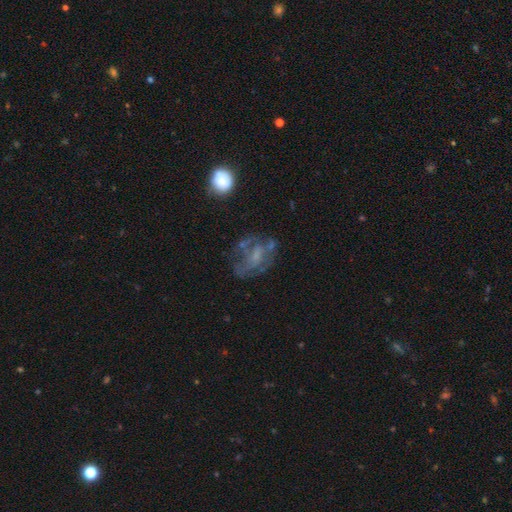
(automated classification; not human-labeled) This appears to be a featured or disk galaxy (63%) with no bar (67%), no spiral arms (57%) and no central bulge (40%). Merging: none (47%).